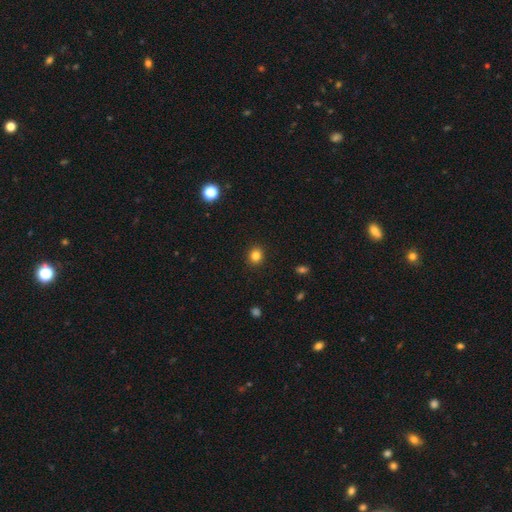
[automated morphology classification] smooth-or-featured: smooth: 83% | star or artifact: 12% | featured or disk: 5%
  how-rounded: round: 80% | in between: 19% | cigar-shaped: 1%
  merging: none: 91% | minor disturbance: 6% | major disturbance: 2% | merger: 1%